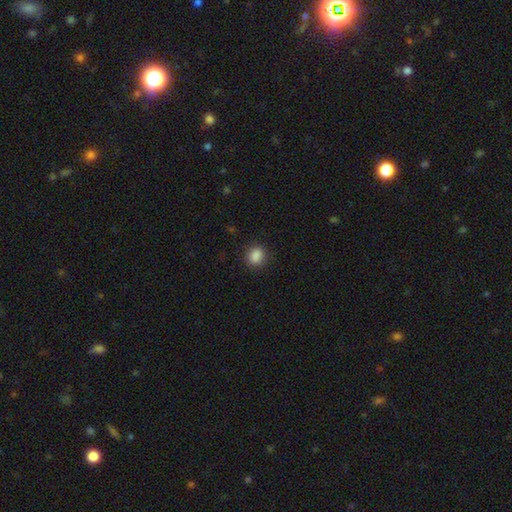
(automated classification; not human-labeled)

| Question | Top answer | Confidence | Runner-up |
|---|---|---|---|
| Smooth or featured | smooth | 87% | star or artifact (10%) |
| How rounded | round | 66% | in between (33%) |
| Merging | none | 86% | minor disturbance (10%) |